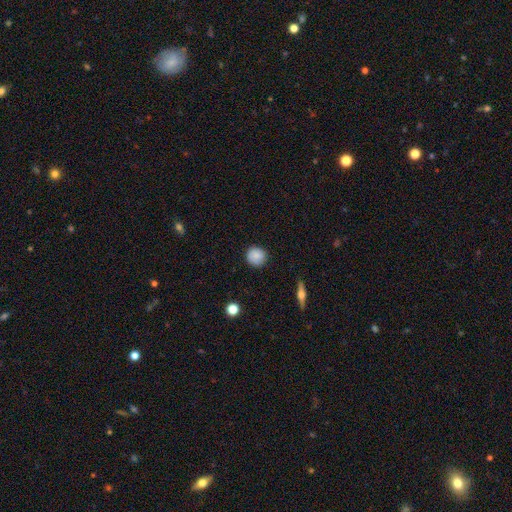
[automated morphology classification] smooth-or-featured: smooth: 86% | star or artifact: 8% | featured or disk: 6%
  how-rounded: round: 92% | in between: 7% | cigar-shaped: 1%
  merging: none: 89% | minor disturbance: 8% | major disturbance: 2% | merger: 1%